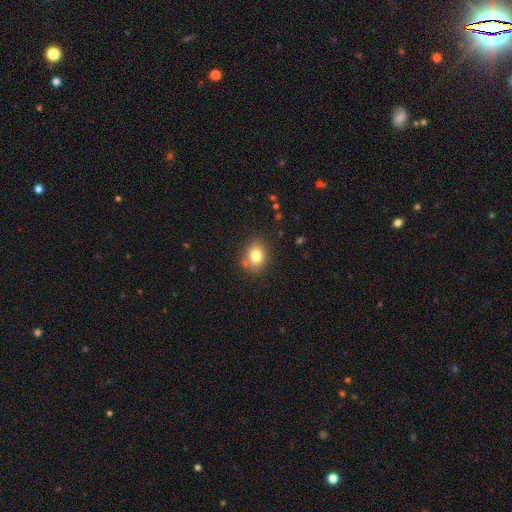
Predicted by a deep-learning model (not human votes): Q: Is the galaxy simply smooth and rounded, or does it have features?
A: smooth — 80%.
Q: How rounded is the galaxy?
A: round — 59%.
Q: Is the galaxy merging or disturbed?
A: none — 81%.